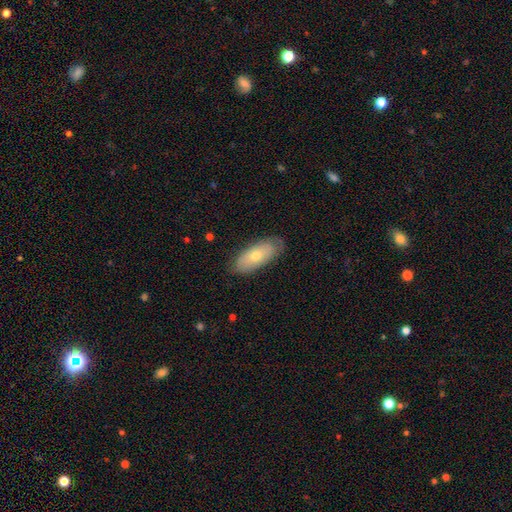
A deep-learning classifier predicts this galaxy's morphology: Smooth or featured? Predicted: smooth (p=0.58). How rounded? Predicted: in between (p=0.83). Merging? Predicted: none (p=0.80).